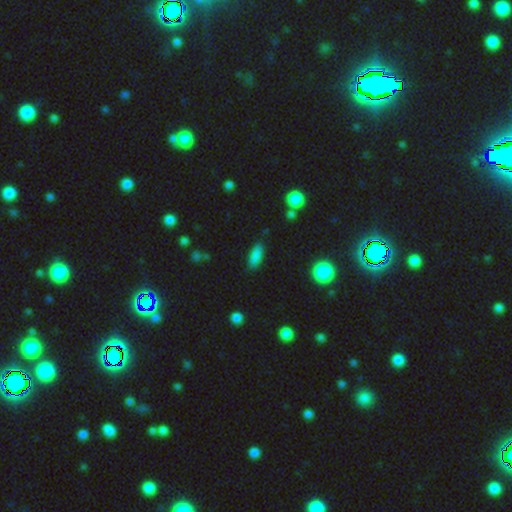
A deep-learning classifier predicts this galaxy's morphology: Smooth or featured: smooth — 85% (star or artifact — 9%)
How rounded: in between — 72% (cigar-shaped — 25%)
Merging: none — 85% (minor disturbance — 10%)